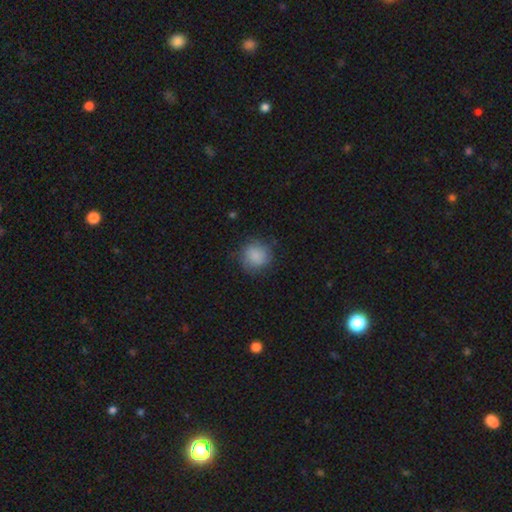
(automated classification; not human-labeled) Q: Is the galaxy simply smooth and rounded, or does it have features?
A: smooth — 84%.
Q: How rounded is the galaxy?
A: round — 89%.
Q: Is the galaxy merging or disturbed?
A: none — 78%.